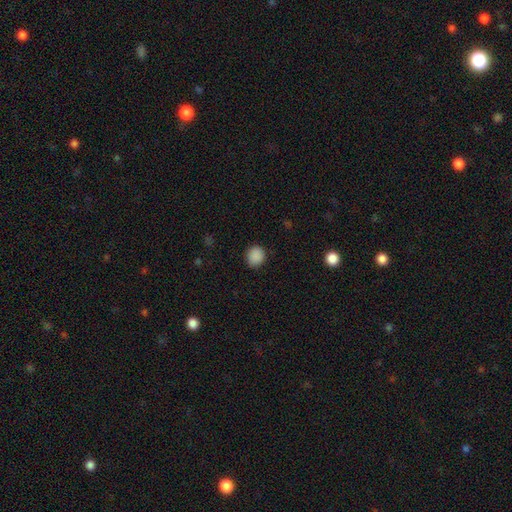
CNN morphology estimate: smooth 88%, star or artifact 9%, featured or disk 2%. Down the decision tree: how rounded — round (81%); merging — none (88%).